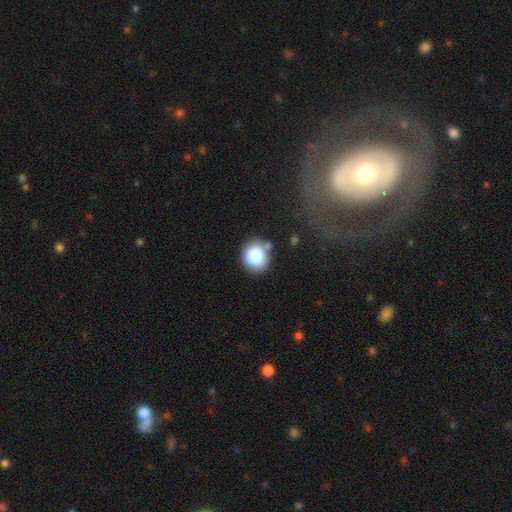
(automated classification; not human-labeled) A smooth galaxy with no disk features (87%) that is round (76%).

Vote fractions:
- Smooth or featured? smooth: 87% / star or artifact: 8% / featured or disk: 5%
- How rounded? round: 76% / in between: 23% / cigar-shaped: 1%
- Merging? none: 70% / minor disturbance: 15% / merger: 11% / major disturbance: 5%